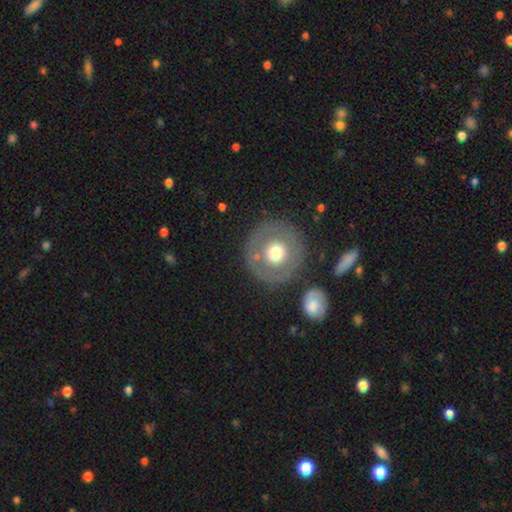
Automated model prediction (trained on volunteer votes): Morphology: type=featured or disk (50%); merging=none (82%).